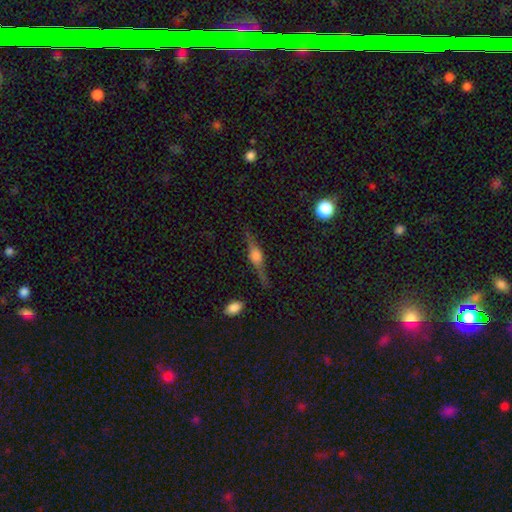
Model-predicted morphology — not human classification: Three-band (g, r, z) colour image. It shows a featured or disk galaxy (77%) viewed edge-on (96%) with a rounded central bulge (86%). Merging: none (80%).